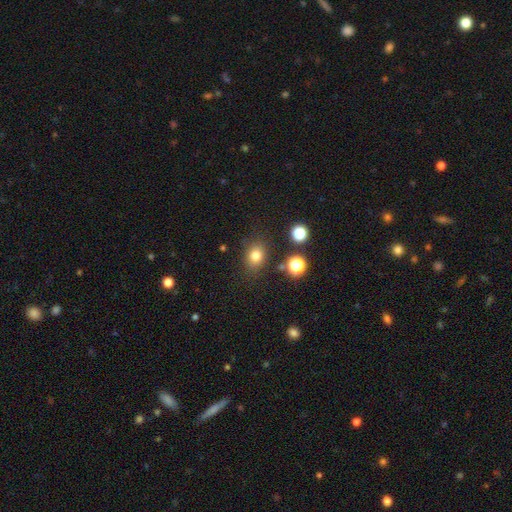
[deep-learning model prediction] Overall: smooth (78%). How rounded: round (51%; in between 47%). Merging: none (80%).